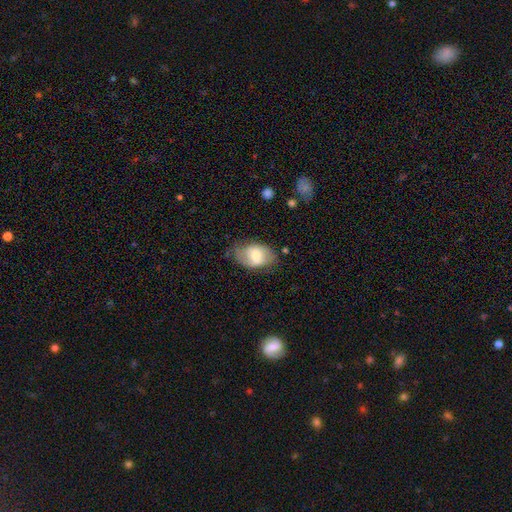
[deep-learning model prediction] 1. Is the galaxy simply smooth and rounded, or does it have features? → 53% smooth, 40% featured or disk, 7% star or artifact.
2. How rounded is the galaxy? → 87% in between, 12% round, 1% cigar-shaped.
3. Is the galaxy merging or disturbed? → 64% none, 25% minor disturbance, 9% major disturbance, 2% merger.